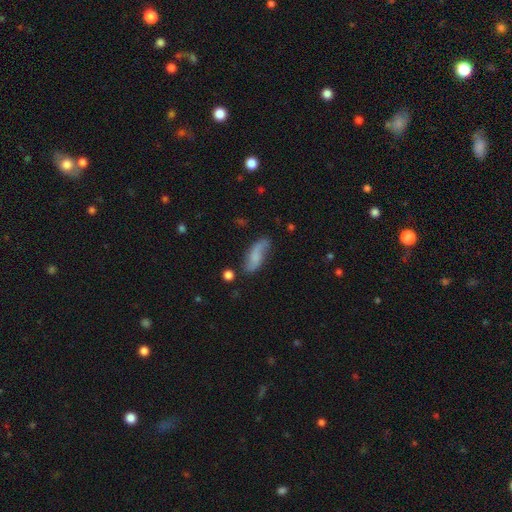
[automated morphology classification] The model was most divided on "smooth or featured": smooth: 53%, featured or disk: 38%, star or artifact: 9%. More confident: how rounded — in between (69%); merging — none (63%).